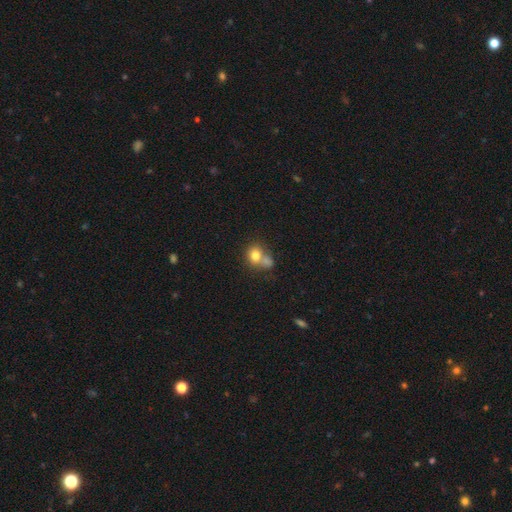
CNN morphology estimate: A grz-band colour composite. It shows a smooth galaxy with no disk features (77%) that is round (68%). Merging: merger (47%).